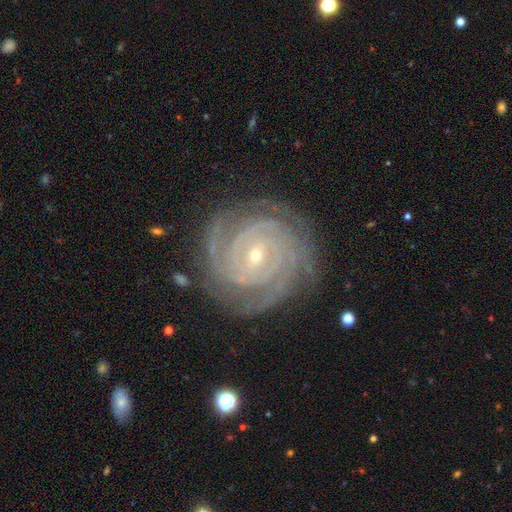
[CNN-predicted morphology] This is clearly a featured or disk galaxy (92%). It is clearly not viewed edge-on (98%). Bar: marginally no (42%). Spiral arm pattern: clearly yes (98%). Spiral arm count: marginally 4 (31%). Spiral winding: clearly tight (85%). Central bulge: clearly small (81%). Merging: clearly none (82%).